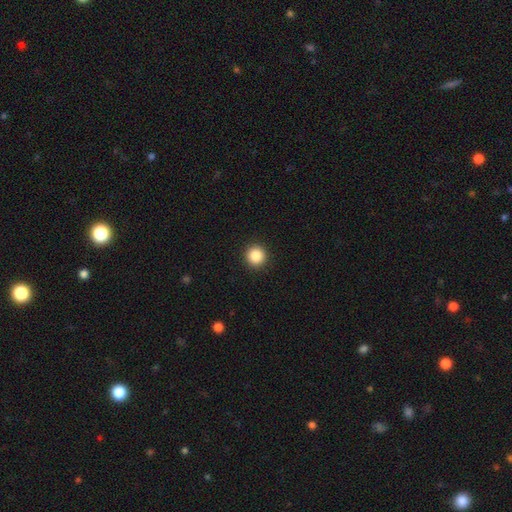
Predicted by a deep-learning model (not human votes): A smooth galaxy with no disk features (87%) that is round (95%). Merging: none (93%).